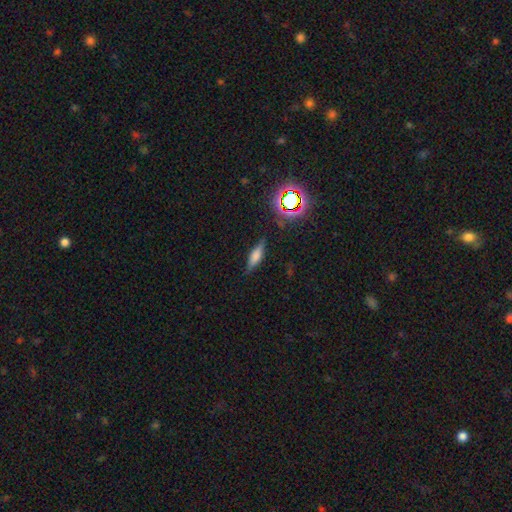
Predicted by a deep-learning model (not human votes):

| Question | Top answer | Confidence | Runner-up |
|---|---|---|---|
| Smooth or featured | smooth | 54% | featured or disk (32%) |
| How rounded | cigar-shaped | 53% | in between (43%) |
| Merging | none | 80% | minor disturbance (14%) |